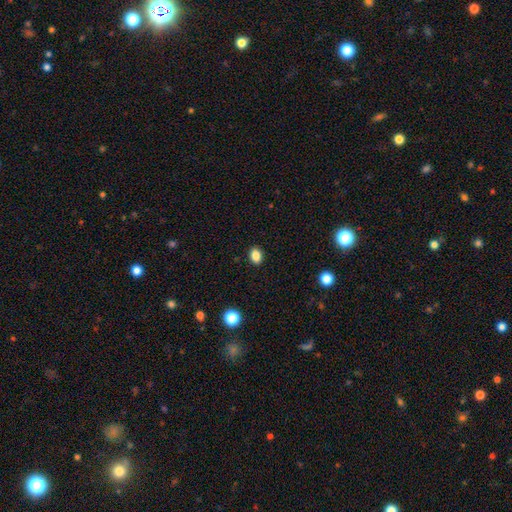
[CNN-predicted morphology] type=smooth (86%); roundness=in between (71%); merging=none (90%).